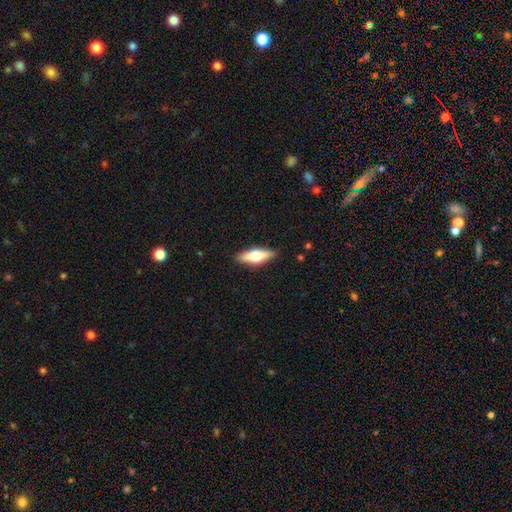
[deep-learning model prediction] Smooth or featured?
  - smooth: 53% *
  - featured or disk: 41%
  - star or artifact: 6%
How rounded?
  - in between: 53% *
  - cigar-shaped: 44%
  - round: 3%
Merging?
  - none: 88% *
  - minor disturbance: 9%
  - major disturbance: 2%
  - merger: 1%